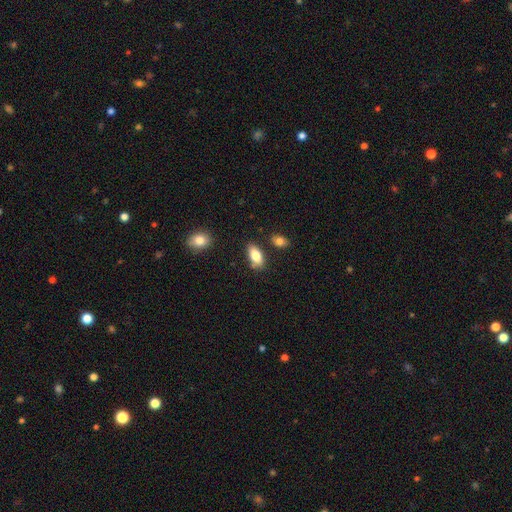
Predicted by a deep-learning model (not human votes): Smooth or featured?
  - smooth: 82% *
  - featured or disk: 11%
  - star or artifact: 7%
How rounded?
  - in between: 89% *
  - cigar-shaped: 8%
  - round: 3%
Merging?
  - none: 78% *
  - minor disturbance: 13%
  - merger: 6%
  - major disturbance: 3%